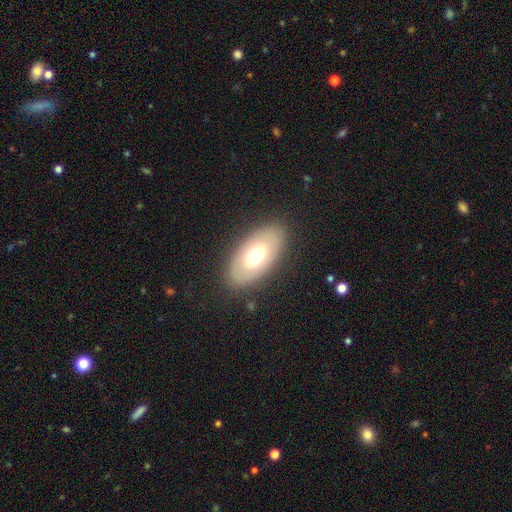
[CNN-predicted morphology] Smooth or featured: smooth — 62% (featured or disk — 31%)
How rounded: in between — 92% (round — 4%)
Merging: none — 85% (minor disturbance — 10%)